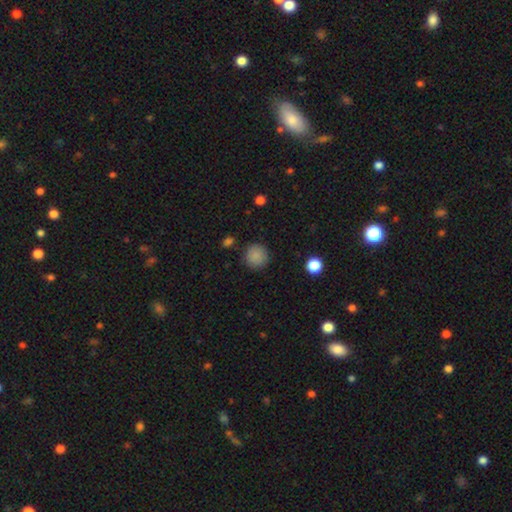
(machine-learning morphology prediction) This appears to be a smooth galaxy with no disk features (86%) that is round (93%). Merging: none (87%).